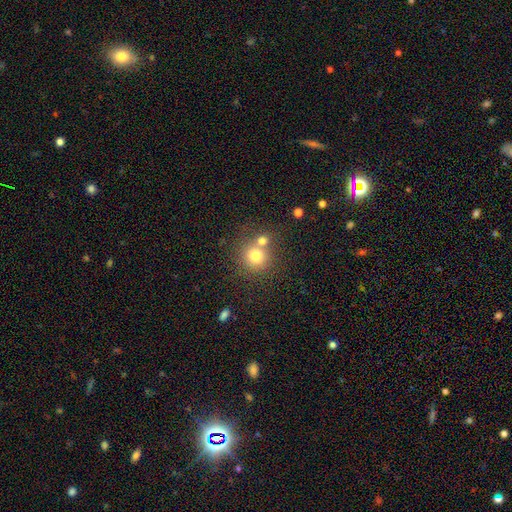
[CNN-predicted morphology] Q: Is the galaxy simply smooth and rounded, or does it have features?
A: smooth — 75%.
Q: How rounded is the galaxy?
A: round — 90%.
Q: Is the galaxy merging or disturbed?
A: none — 57%.